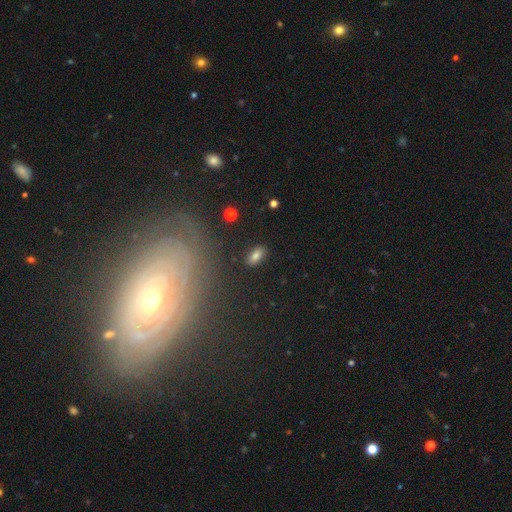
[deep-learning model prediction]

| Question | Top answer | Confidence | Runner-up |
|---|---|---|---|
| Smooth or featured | smooth | 79% | star or artifact (12%) |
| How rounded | in between | 88% | cigar-shaped (6%) |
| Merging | none | 87% | minor disturbance (9%) |